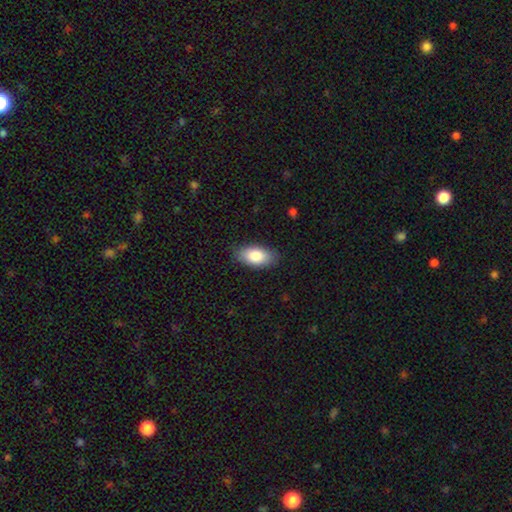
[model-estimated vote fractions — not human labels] A smooth galaxy with no disk features (84%) that is in between round and cigar-shaped (93%).

Vote fractions:
- Smooth or featured? smooth: 84% / featured or disk: 10% / star or artifact: 6%
- How rounded? in between: 93% / cigar-shaped: 4% / round: 3%
- Merging? none: 85% / minor disturbance: 12% / major disturbance: 2% / merger: 1%